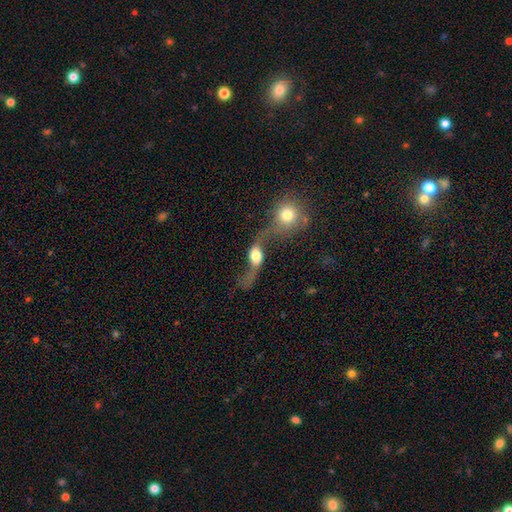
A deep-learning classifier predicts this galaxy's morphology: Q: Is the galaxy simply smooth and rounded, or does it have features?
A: featured or disk — 52%.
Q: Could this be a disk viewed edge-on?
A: no — 87%.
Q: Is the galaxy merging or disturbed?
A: merger — 59%.